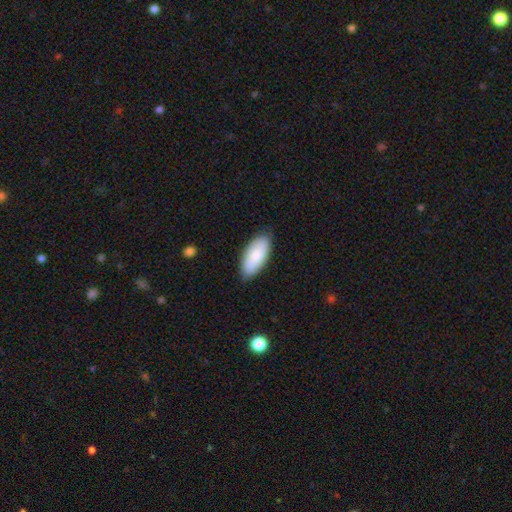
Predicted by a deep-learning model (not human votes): smooth-or-featured: smooth: 83% | featured or disk: 11% | star or artifact: 6%
  how-rounded: in between: 91% | cigar-shaped: 8% | round: 2%
  merging: none: 83% | minor disturbance: 14% | major disturbance: 2% | merger: 1%